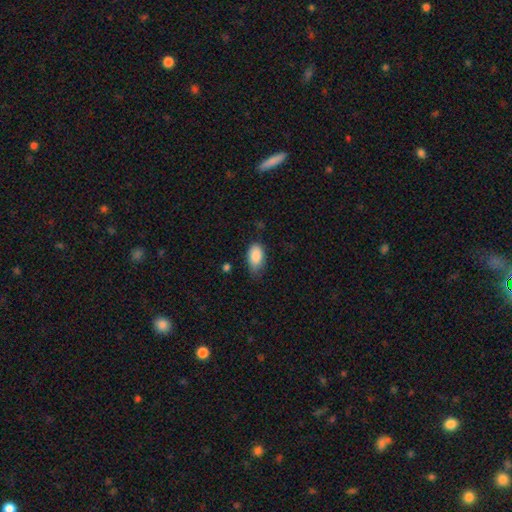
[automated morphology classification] This is clearly a smooth galaxy (87%). How rounded: clearly in between (92%). Merging: possibly none (56%).